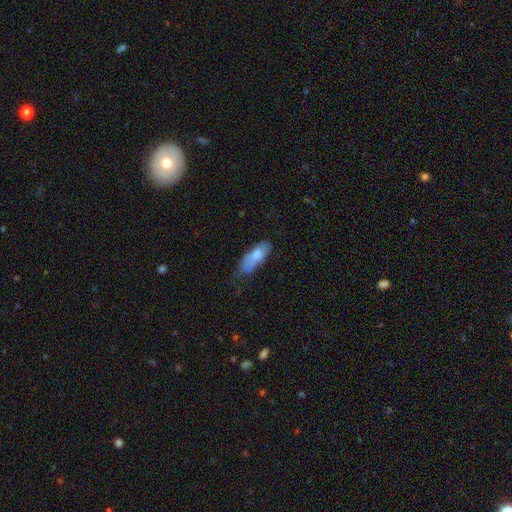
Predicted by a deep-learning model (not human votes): Q: Smooth or featured?
A: smooth (73%); runner-up: featured or disk (19%)
Q: How rounded?
A: in between (74%); runner-up: cigar-shaped (24%)
Q: Merging?
A: none (39%); runner-up: minor disturbance (38%)